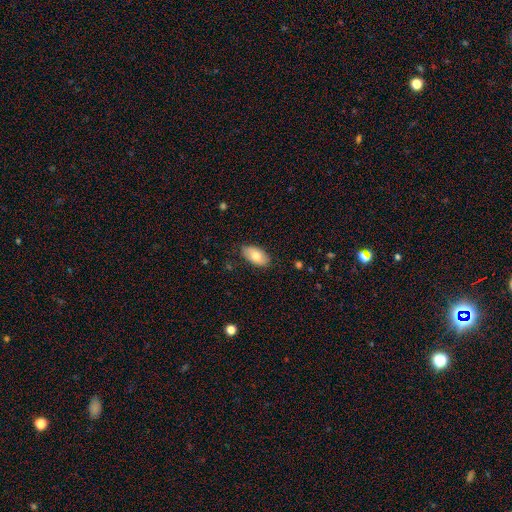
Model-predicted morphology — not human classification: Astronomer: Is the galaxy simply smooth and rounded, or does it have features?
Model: smooth — 74%.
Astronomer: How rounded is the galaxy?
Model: in between — 94%.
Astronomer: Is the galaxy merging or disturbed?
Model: none — 84%.